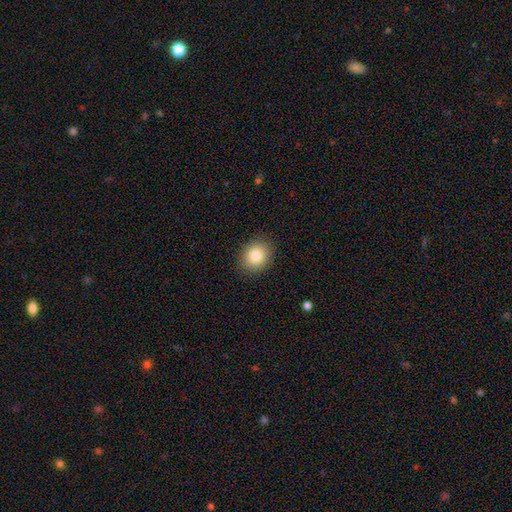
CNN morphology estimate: This is clearly a smooth galaxy (84%). How rounded: likely round (64%). Merging: clearly none (89%).